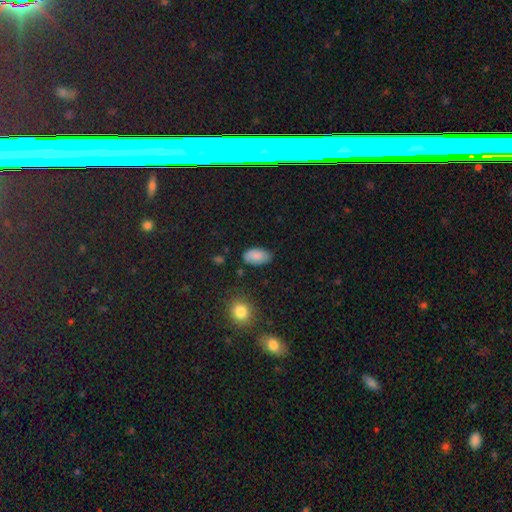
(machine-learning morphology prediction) Smooth or featured: smooth — 84% (featured or disk — 8%)
How rounded: in between — 94% (round — 4%)
Merging: none — 76% (minor disturbance — 19%)